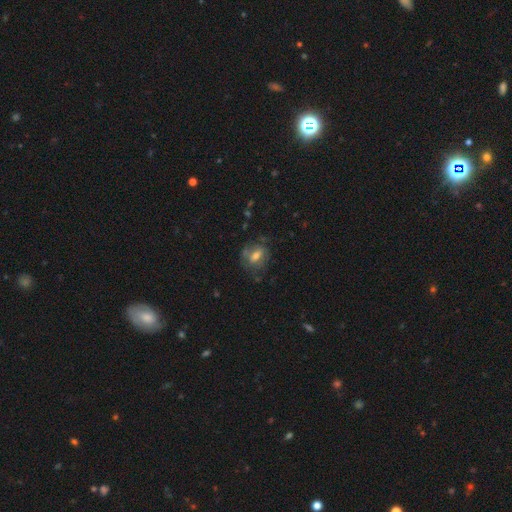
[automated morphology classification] Smooth or featured: smooth — 47% (featured or disk — 43%)
Merging: none — 60% (minor disturbance — 23%)